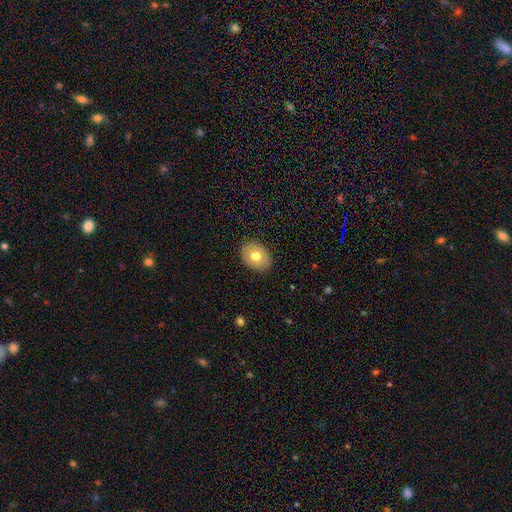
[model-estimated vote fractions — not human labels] Smooth or featured? smooth (68%)
How rounded? in between (69%)
Merging? none (88%)